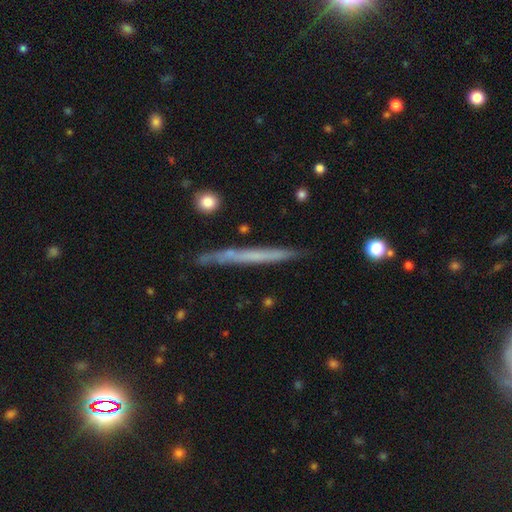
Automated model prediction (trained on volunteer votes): This appears to be a featured or disk galaxy (49%). Merging: none (86%).